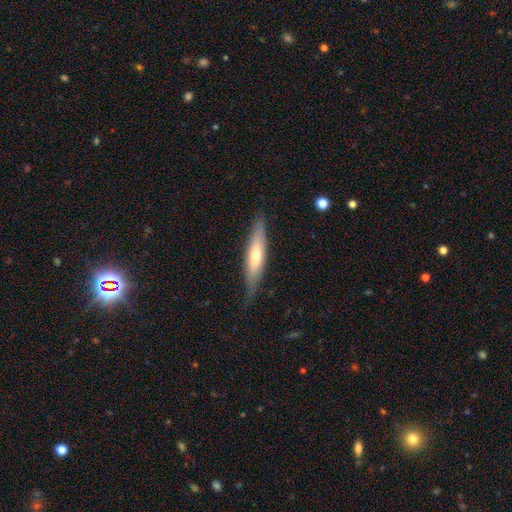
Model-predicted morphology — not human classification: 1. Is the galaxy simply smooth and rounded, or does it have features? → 49% smooth, 45% featured or disk, 6% star or artifact.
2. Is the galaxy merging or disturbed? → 78% none, 17% minor disturbance, 3% major disturbance, 1% merger.